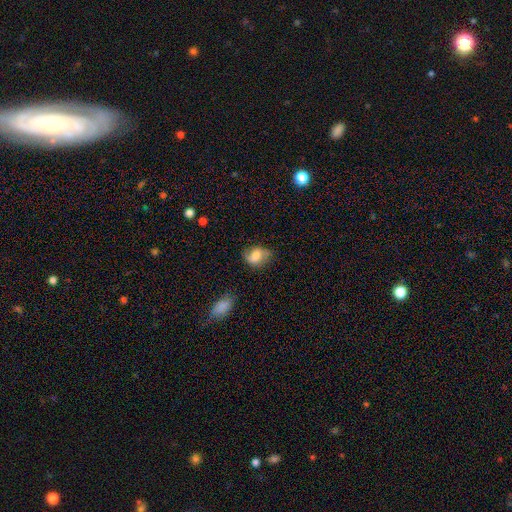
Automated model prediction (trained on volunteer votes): A smooth galaxy with no disk features (57%) that is in between round and cigar-shaped (59%).

Vote fractions:
- Smooth or featured? smooth: 57% / featured or disk: 34% / star or artifact: 9%
- How rounded? in between: 59% / round: 39% / cigar-shaped: 2%
- Merging? none: 59% / minor disturbance: 28% / major disturbance: 10% / merger: 3%